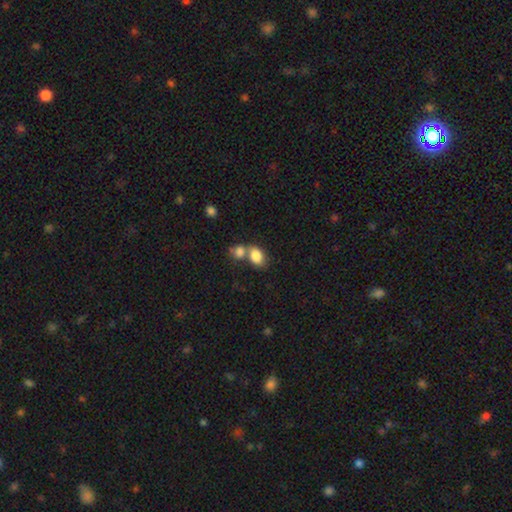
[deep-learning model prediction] Smooth or featured: smooth — 83% (featured or disk — 9%)
How rounded: in between — 76% (round — 23%)
Merging: merger — 55% (none — 32%)